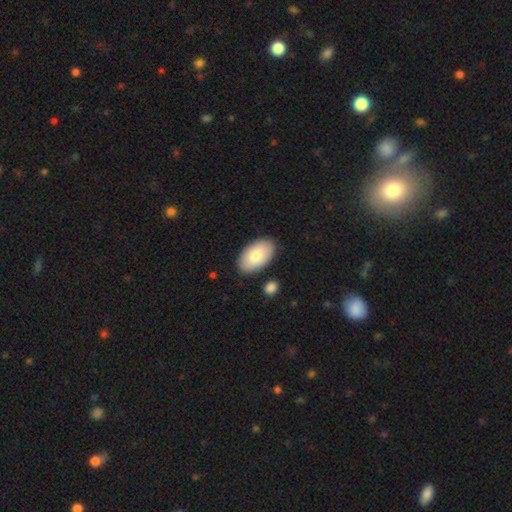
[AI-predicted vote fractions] Smooth or featured? Predicted: smooth (p=0.79). How rounded? Predicted: in between (p=0.95). Merging? Predicted: none (p=0.86).